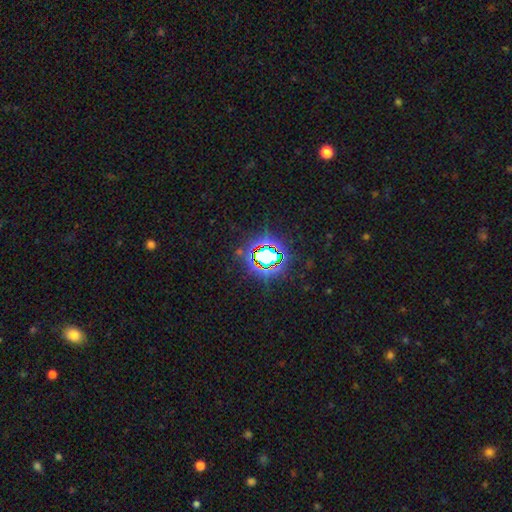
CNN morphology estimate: smooth-or-featured: star or artifact: 78% | smooth: 13% | featured or disk: 8%